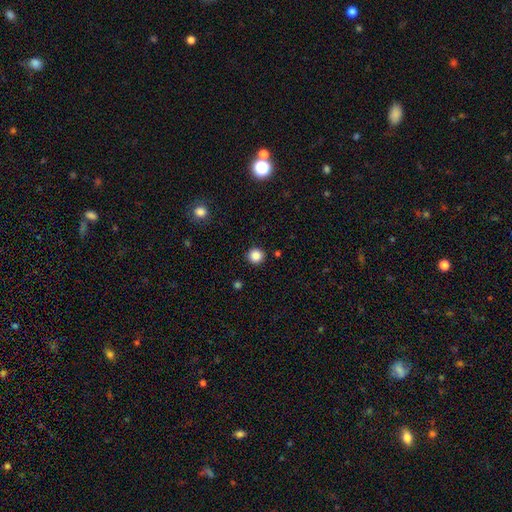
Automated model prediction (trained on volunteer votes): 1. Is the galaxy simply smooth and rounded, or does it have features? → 86% smooth, 11% star or artifact, 3% featured or disk.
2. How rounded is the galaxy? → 95% round, 4% in between, 1% cigar-shaped.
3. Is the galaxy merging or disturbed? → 91% none, 6% minor disturbance, 2% major disturbance, 2% merger.